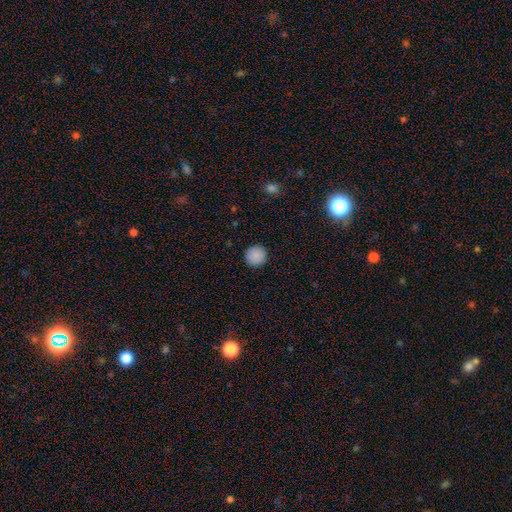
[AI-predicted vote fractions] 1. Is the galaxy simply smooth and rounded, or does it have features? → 89% smooth, 8% star or artifact, 2% featured or disk.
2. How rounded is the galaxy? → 96% round, 4% in between, 1% cigar-shaped.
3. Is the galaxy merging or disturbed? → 92% none, 5% minor disturbance, 2% major disturbance, 1% merger.